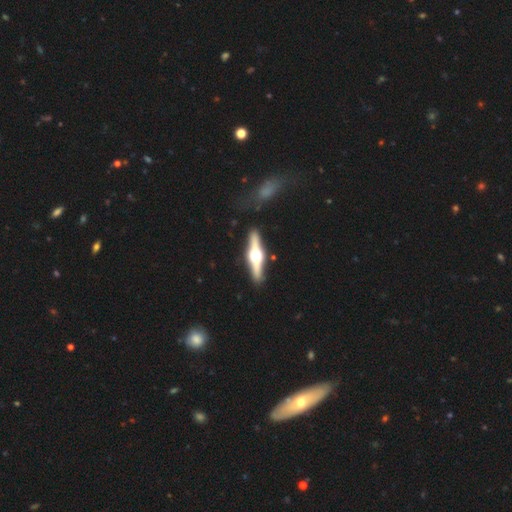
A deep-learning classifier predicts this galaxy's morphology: Overall: featured or disk (80%). Edge-on disk: yes (97%). Edge-on bulge: rounded (96%). Merging: none (88%).